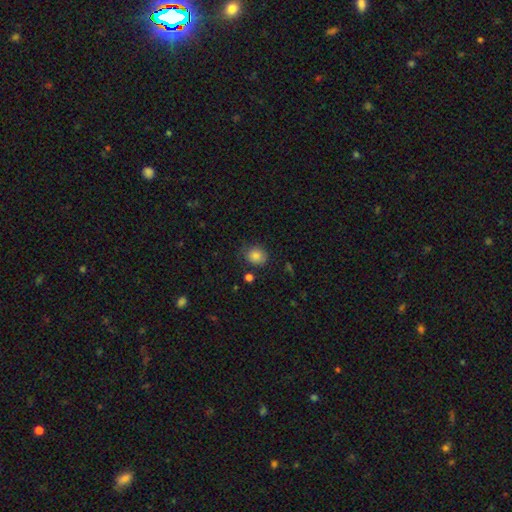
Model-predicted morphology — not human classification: This appears to be a smooth galaxy with no disk features (84%) that is round (81%). Merging: none (76%).